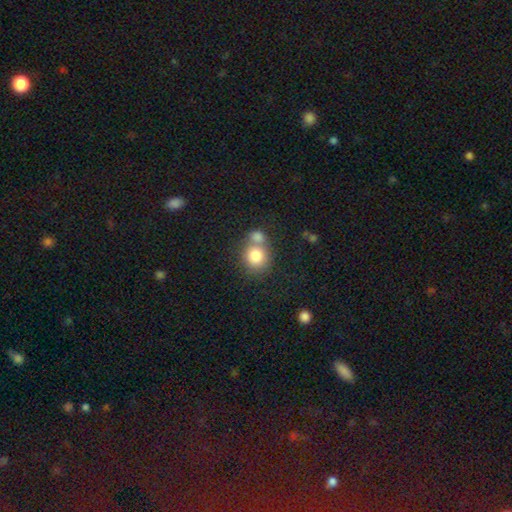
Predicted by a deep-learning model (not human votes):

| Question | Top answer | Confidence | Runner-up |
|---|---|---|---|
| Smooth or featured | smooth | 80% | featured or disk (11%) |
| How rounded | round | 78% | in between (21%) |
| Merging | merger | 45% | none (43%) |